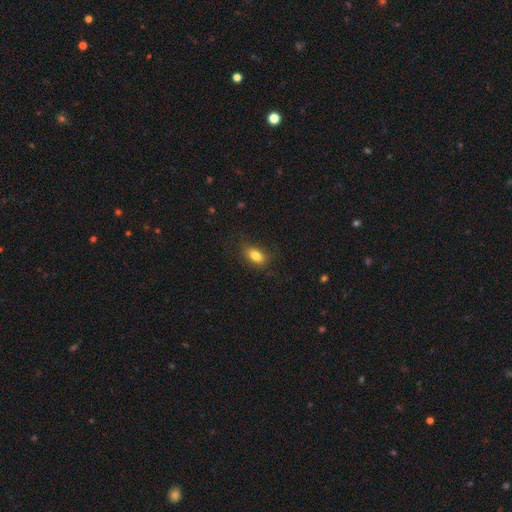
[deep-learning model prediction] Smooth or featured: smooth — 82% (star or artifact — 9%)
How rounded: in between — 85% (round — 11%)
Merging: none — 77% (minor disturbance — 16%)